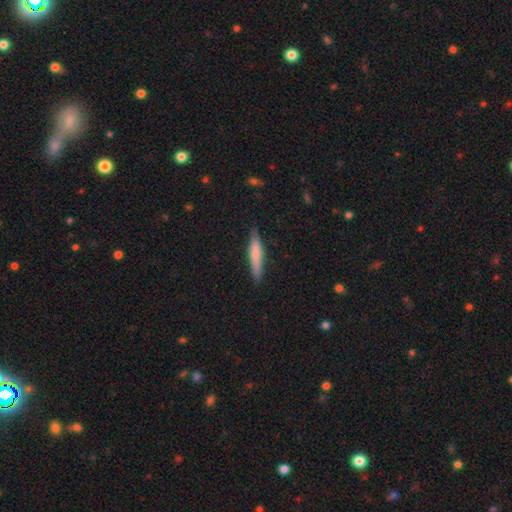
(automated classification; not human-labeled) Smooth or featured?
  - smooth: 71% *
  - featured or disk: 23%
  - star or artifact: 6%
How rounded?
  - cigar-shaped: 88% *
  - in between: 11%
  - round: 1%
Merging?
  - none: 86% *
  - minor disturbance: 11%
  - major disturbance: 2%
  - merger: 1%